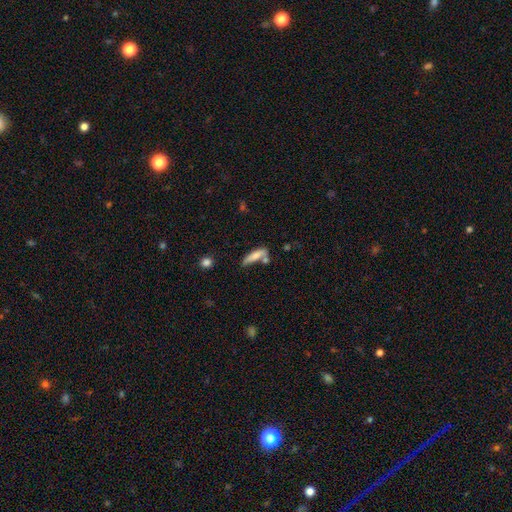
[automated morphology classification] The model was most divided on "merging": none: 46%, merger: 23%, minor disturbance: 22%, major disturbance: 9%. More confident: smooth or featured — smooth (71%); how rounded — cigar-shaped (63%).